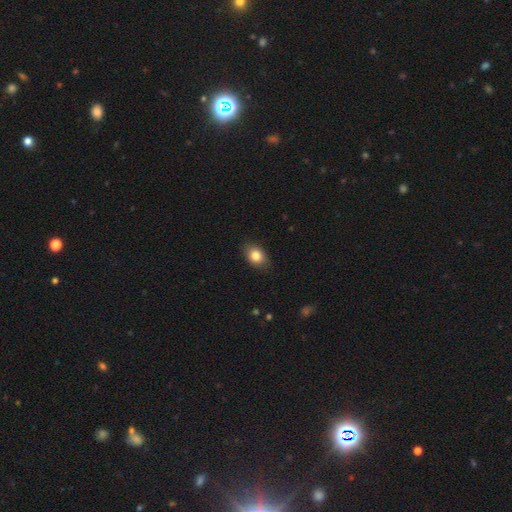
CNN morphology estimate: This appears to be a smooth galaxy with no disk features (83%) that is in between round and cigar-shaped (72%). Merging: none (84%).